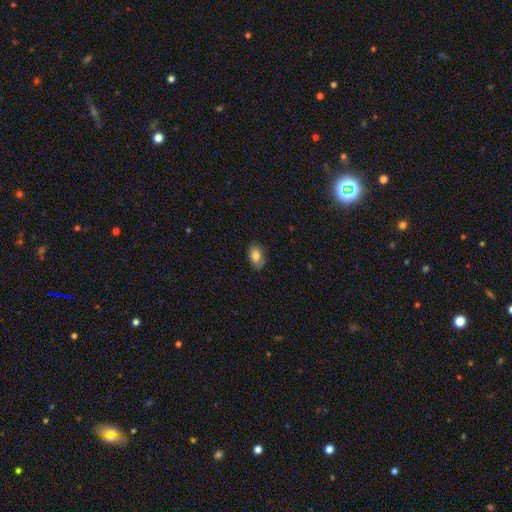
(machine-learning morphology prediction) smooth 80%, featured or disk 12%, star or artifact 8%. Down the decision tree: how rounded — in between (88%); merging — none (76%).